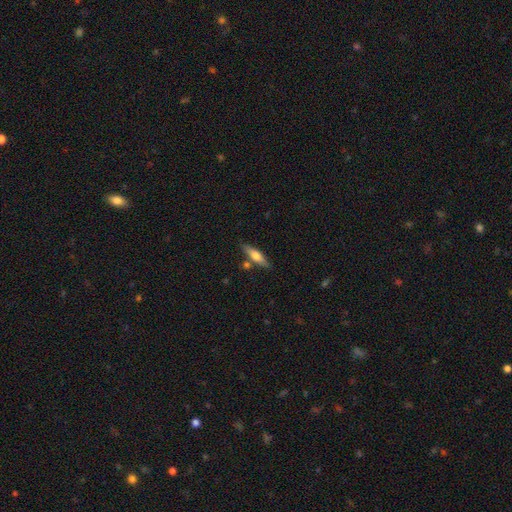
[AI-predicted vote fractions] Smooth or featured?
  - smooth: 54% *
  - featured or disk: 40%
  - star or artifact: 6%
How rounded?
  - cigar-shaped: 68% *
  - in between: 30%
  - round: 2%
Merging?
  - none: 78% *
  - minor disturbance: 12%
  - merger: 8%
  - major disturbance: 3%